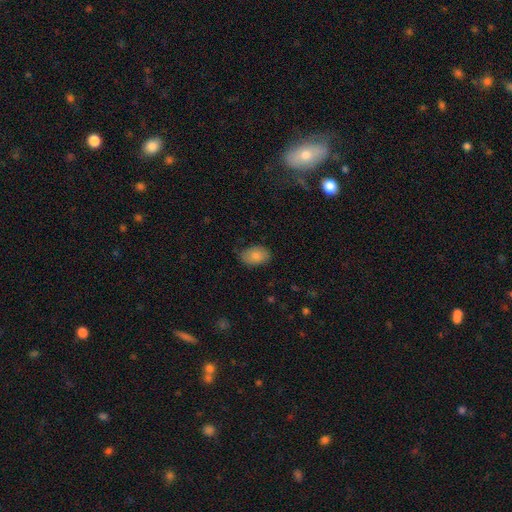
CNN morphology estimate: smooth 85%, featured or disk 8%, star or artifact 7%. Down the decision tree: how rounded — in between (85%); merging — none (78%).